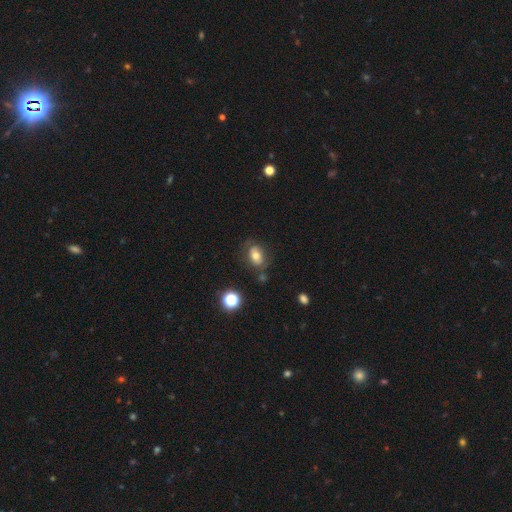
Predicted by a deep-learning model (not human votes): smooth 67%, featured or disk 21%, star or artifact 12%. Down the decision tree: how rounded — in between (80%); merging — none (68%).